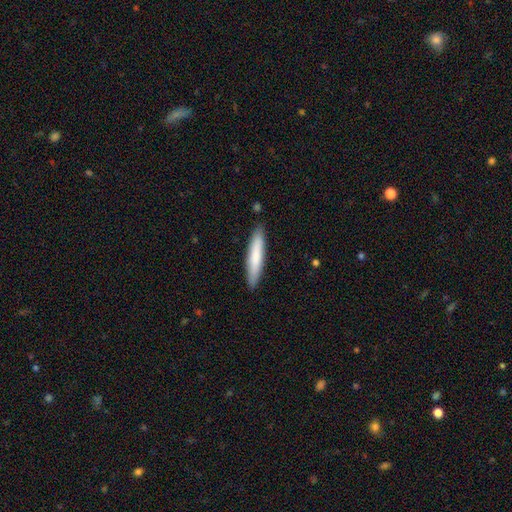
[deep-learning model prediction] Morphology: type=smooth (76%); roundness=cigar-shaped (89%); merging=none (88%).